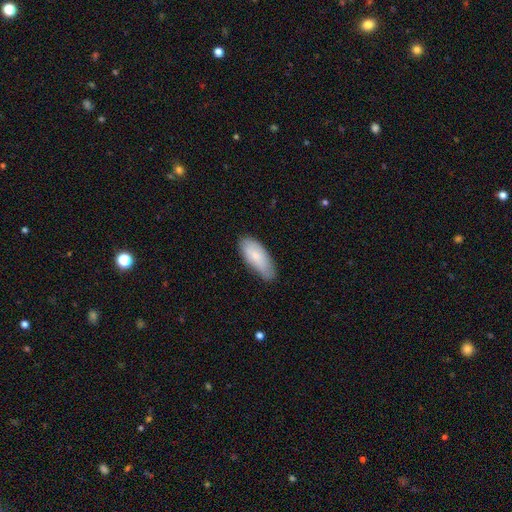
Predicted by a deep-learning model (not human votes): Smooth or featured?
  - smooth: 78% *
  - featured or disk: 16%
  - star or artifact: 6%
How rounded?
  - in between: 81% *
  - cigar-shaped: 17%
  - round: 2%
Merging?
  - none: 73% *
  - minor disturbance: 23%
  - major disturbance: 3%
  - merger: 1%